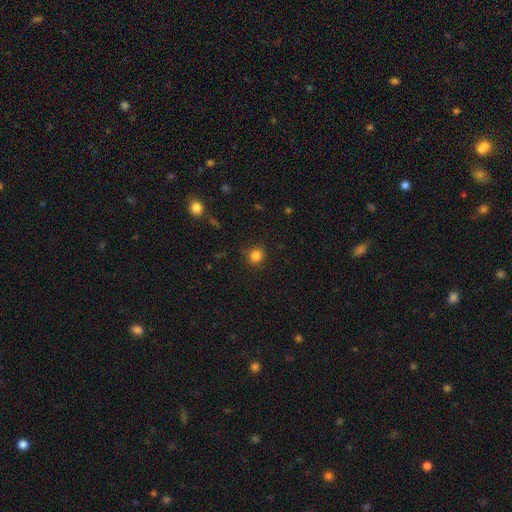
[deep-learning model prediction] A smooth galaxy with no disk features (83%) that is round (87%).

Vote fractions:
- Smooth or featured? smooth: 83% / star or artifact: 12% / featured or disk: 4%
- How rounded? round: 87% / in between: 12% / cigar-shaped: 1%
- Merging? none: 86% / minor disturbance: 10% / major disturbance: 3% / merger: 2%